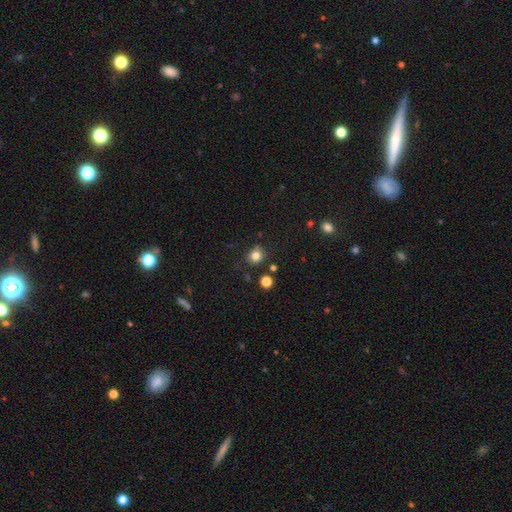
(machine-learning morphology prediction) This is clearly a smooth galaxy (81%). How rounded: likely round (78%). Merging: clearly none (80%).